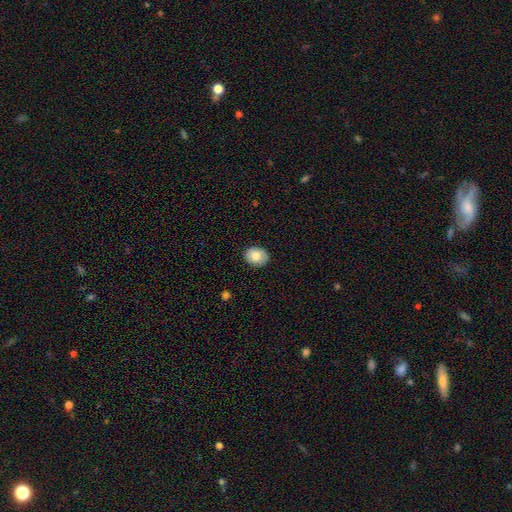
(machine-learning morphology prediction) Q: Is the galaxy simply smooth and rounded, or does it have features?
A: smooth — 79%.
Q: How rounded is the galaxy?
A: in between — 53%.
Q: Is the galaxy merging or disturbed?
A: none — 88%.